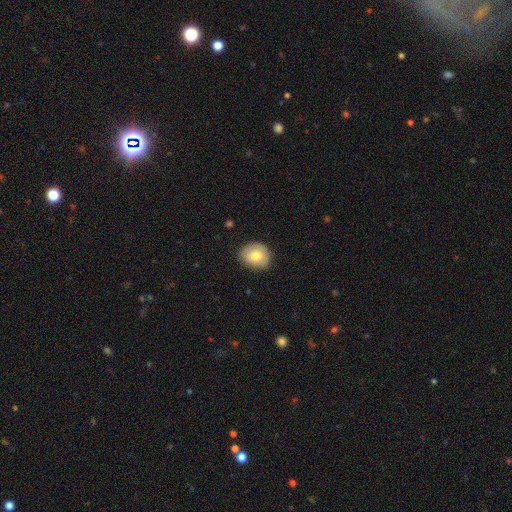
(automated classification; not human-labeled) The model was most divided on "how rounded": round: 66%, in between: 33%, cigar-shaped: 1%. More confident: merging — none (79%); smooth or featured — smooth (76%).